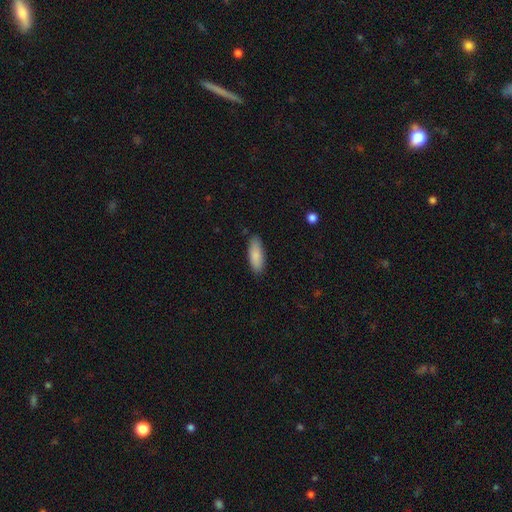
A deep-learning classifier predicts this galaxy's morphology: A smooth galaxy with no disk features (87%) that is in between round and cigar-shaped (67%).

Vote fractions:
- Smooth or featured? smooth: 87% / featured or disk: 7% / star or artifact: 6%
- How rounded? in between: 67% / cigar-shaped: 31% / round: 2%
- Merging? none: 86% / minor disturbance: 11% / major disturbance: 2% / merger: 1%